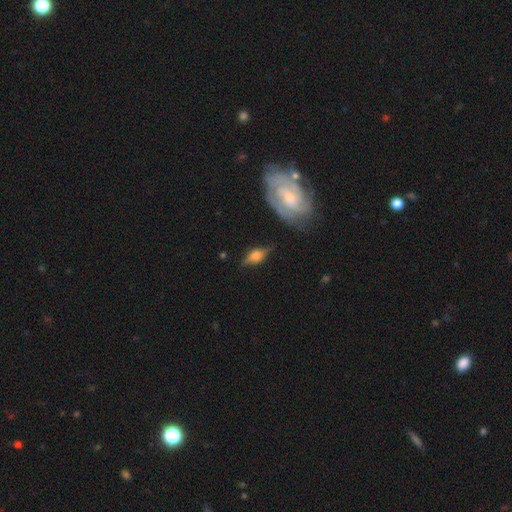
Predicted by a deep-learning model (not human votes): featured or disk 59%, smooth 33%, star or artifact 8%. Down the decision tree: edge-on disk — yes (73%); merging — none (70%).